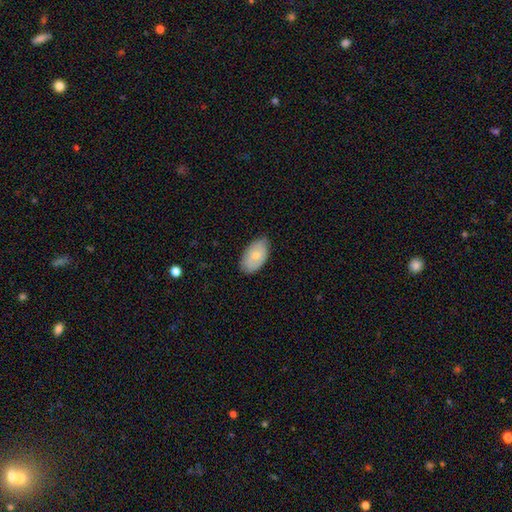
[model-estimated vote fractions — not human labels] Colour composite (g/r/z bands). It shows a smooth galaxy with no disk features (70%) that is in between round and cigar-shaped (93%). Merging: none (79%).